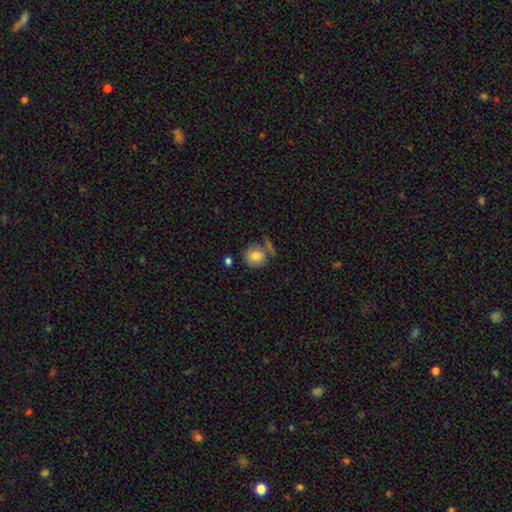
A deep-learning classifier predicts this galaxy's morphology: This appears to be a smooth galaxy with no disk features (80%) that is round (82%). Merging: none (63%).